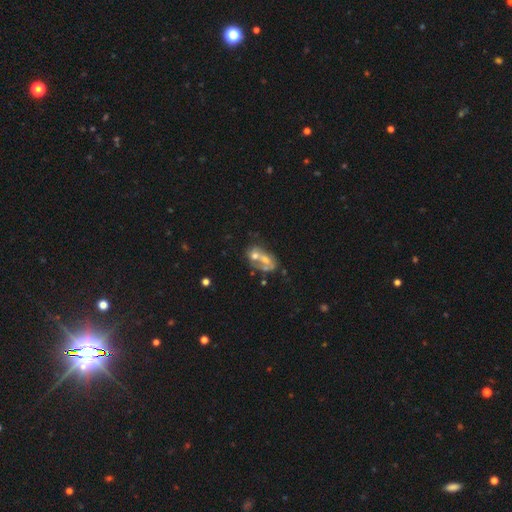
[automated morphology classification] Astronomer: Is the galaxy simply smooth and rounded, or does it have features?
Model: featured or disk — 46% (runner-up: smooth, 36%).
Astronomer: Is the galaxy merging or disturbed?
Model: merger — 55%.